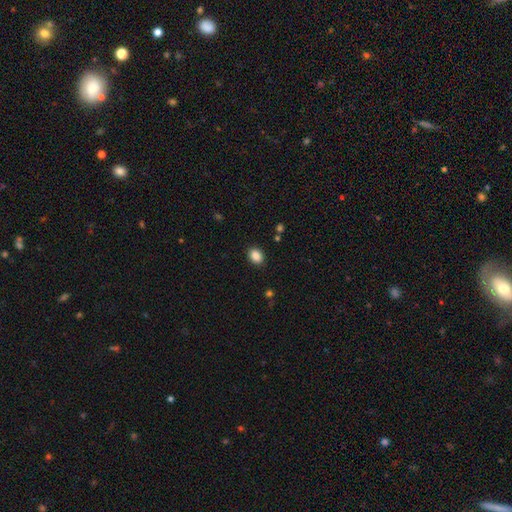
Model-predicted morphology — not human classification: type=smooth (87%); roundness=in between (69%); merging=none (89%).